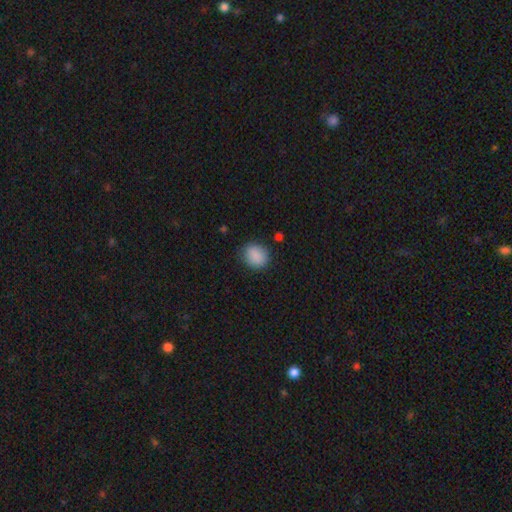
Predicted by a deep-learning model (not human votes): smooth-or-featured: smooth: 88% | star or artifact: 8% | featured or disk: 4%
  how-rounded: round: 67% | in between: 32% | cigar-shaped: 1%
  merging: none: 83% | minor disturbance: 12% | major disturbance: 3% | merger: 2%